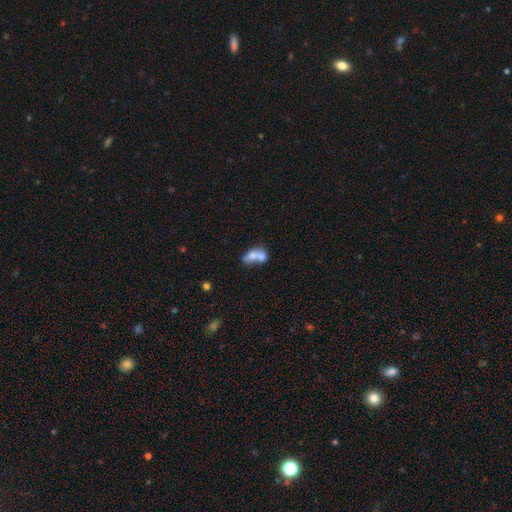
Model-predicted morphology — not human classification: Smooth or featured?
  - smooth: 66% *
  - featured or disk: 24%
  - star or artifact: 10%
How rounded?
  - in between: 77% *
  - round: 13%
  - cigar-shaped: 10%
Merging?
  - merger: 64% *
  - none: 19%
  - minor disturbance: 9%
  - major disturbance: 8%